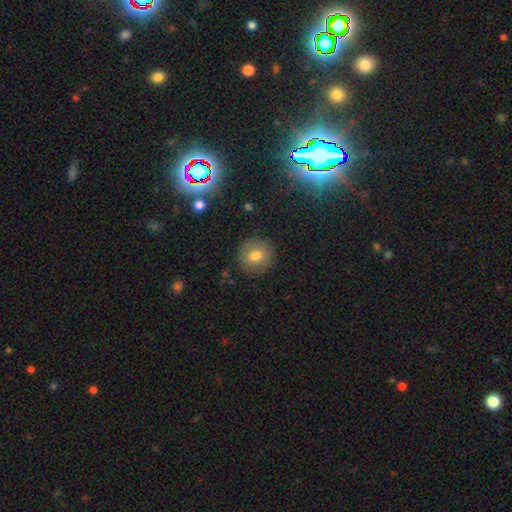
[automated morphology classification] The model was most divided on "smooth or featured": smooth: 73%, featured or disk: 15%, star or artifact: 12%. More confident: merging — none (86%); how rounded — round (84%).